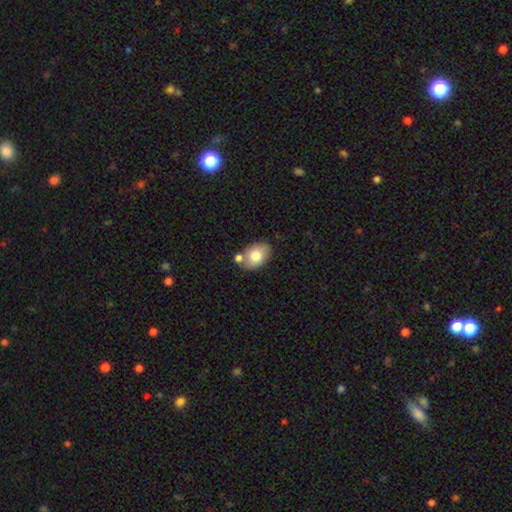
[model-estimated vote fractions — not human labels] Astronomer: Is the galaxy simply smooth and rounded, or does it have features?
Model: smooth — 76%.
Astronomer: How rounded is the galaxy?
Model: in between — 82%.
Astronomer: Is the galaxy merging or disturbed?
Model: none — 64%.